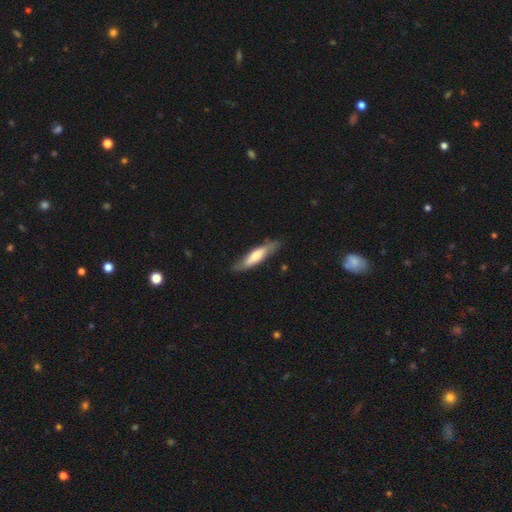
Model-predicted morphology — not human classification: Smooth or featured? smooth (59%)
How rounded? cigar-shaped (75%)
Merging? none (75%)